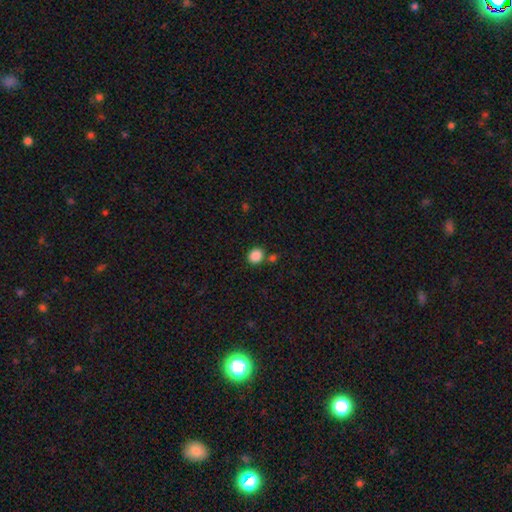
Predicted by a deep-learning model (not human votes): Smooth or featured?
  - smooth: 87% *
  - star or artifact: 10%
  - featured or disk: 4%
How rounded?
  - round: 76% *
  - in between: 23%
  - cigar-shaped: 1%
Merging?
  - none: 76% *
  - merger: 12%
  - minor disturbance: 9%
  - major disturbance: 3%